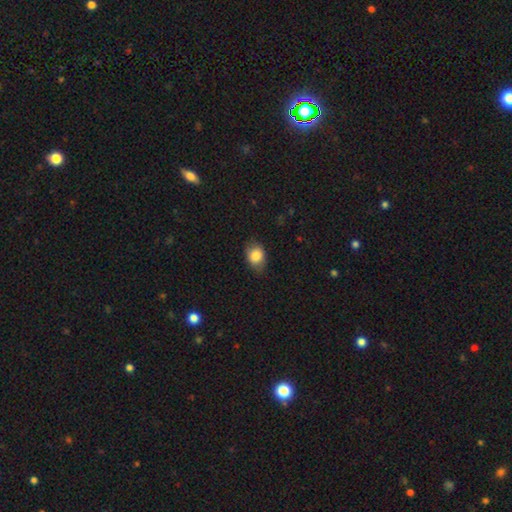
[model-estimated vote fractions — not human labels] This is clearly a smooth galaxy (85%). How rounded: likely in between (63%). Merging: likely none (75%).